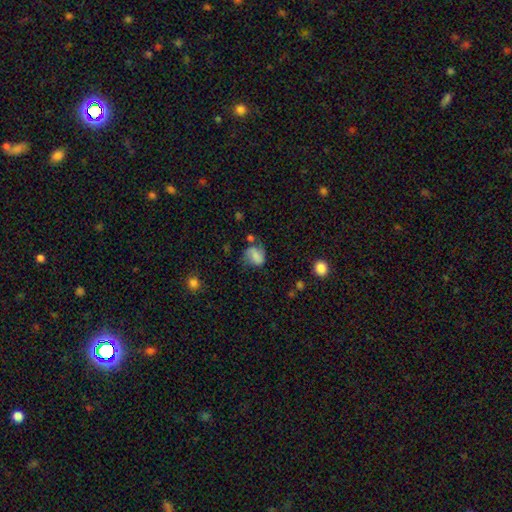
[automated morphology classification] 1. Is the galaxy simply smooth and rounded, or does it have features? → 56% smooth, 33% featured or disk, 11% star or artifact.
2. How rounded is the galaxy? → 55% in between, 43% round, 1% cigar-shaped.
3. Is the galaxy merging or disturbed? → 41% none, 29% minor disturbance, 23% major disturbance, 8% merger.